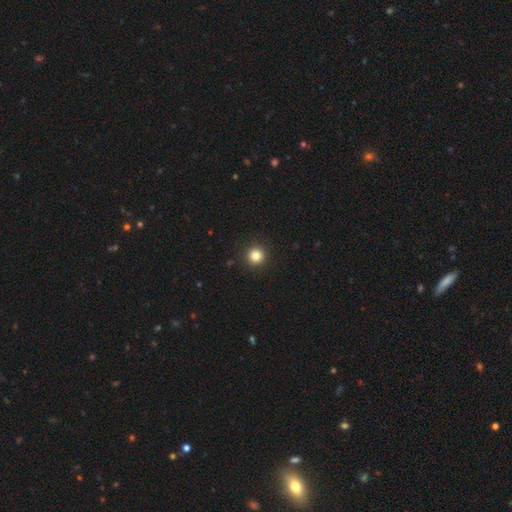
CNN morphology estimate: A smooth galaxy with no disk features (83%) that is round (95%).

Vote fractions:
- Smooth or featured? smooth: 83% / star or artifact: 12% / featured or disk: 5%
- How rounded? round: 95% / in between: 4% / cigar-shaped: 1%
- Merging? none: 93% / minor disturbance: 5% / major disturbance: 2% / merger: 1%